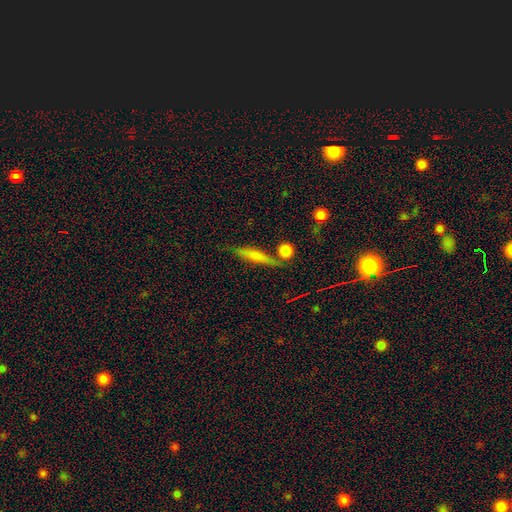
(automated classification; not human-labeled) Overall: smooth (66%). How rounded: cigar-shaped (78%). Merging: none (70%).